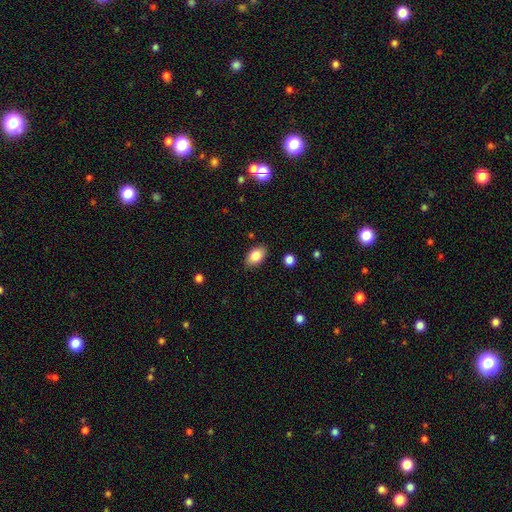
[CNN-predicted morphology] This is clearly a smooth galaxy (84%). How rounded: clearly in between (90%). Merging: clearly none (86%).